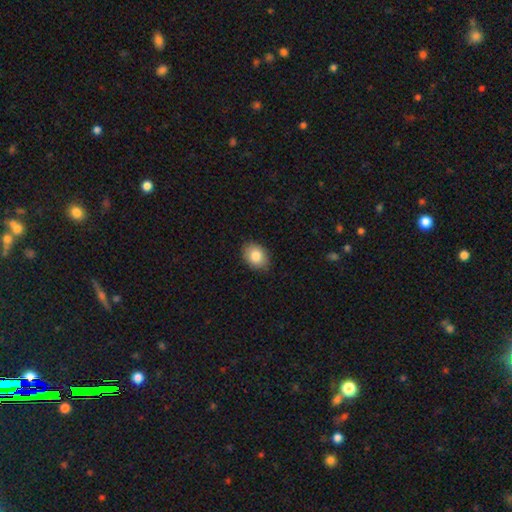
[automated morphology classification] This is clearly a smooth galaxy (84%). How rounded: likely in between (69%). Merging: clearly none (86%).